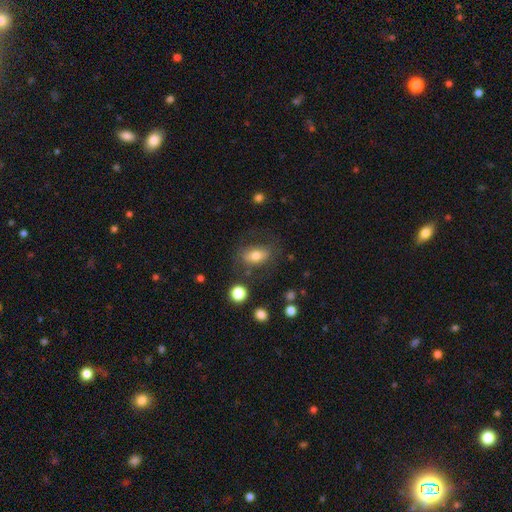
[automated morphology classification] smooth 69%, featured or disk 22%, star or artifact 9%. Down the decision tree: how rounded — in between (81%); merging — none (64%).